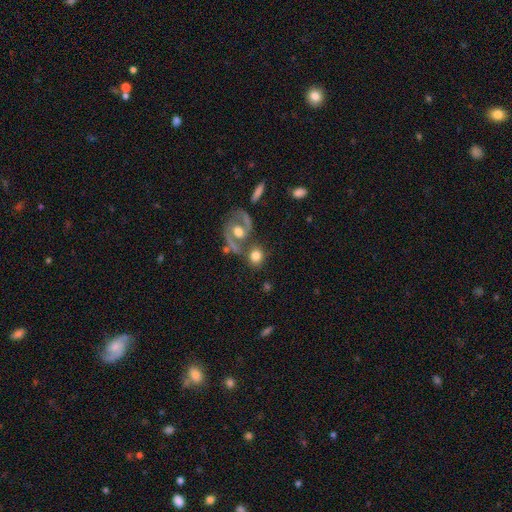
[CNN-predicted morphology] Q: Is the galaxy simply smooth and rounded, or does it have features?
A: smooth — 69%.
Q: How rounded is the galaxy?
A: round — 70%.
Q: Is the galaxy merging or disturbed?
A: none — 58%.